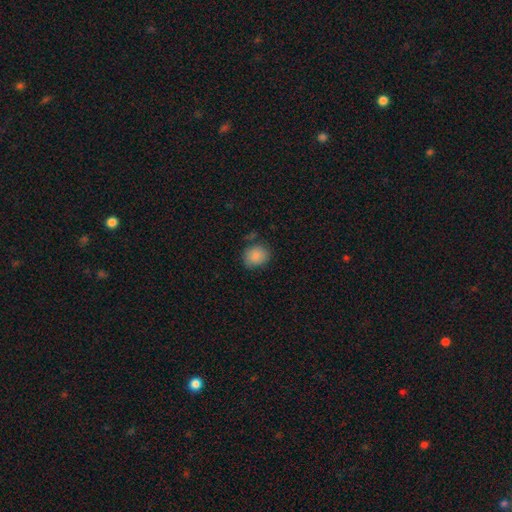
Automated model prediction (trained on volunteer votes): The model was most divided on "how rounded": round: 65%, in between: 34%, cigar-shaped: 1%. More confident: smooth or featured — smooth (87%); merging — none (76%).